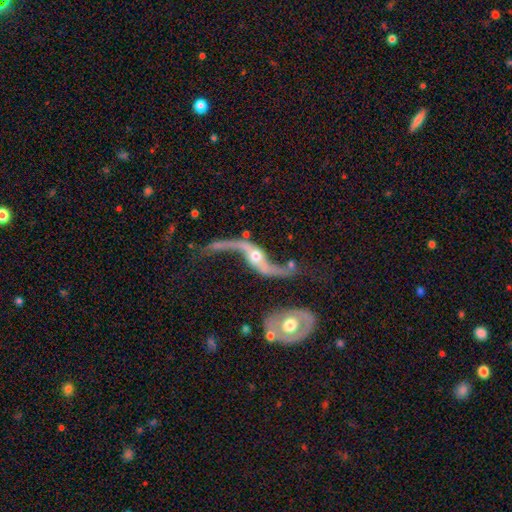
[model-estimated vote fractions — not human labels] Q: Smooth or featured?
A: featured or disk (91%); runner-up: star or artifact (5%)
Q: Edge-on disk?
A: no (88%); runner-up: yes (12%)
Q: Bar?
A: no (53%); runner-up: weak (27%)
Q: Spiral arms?
A: yes (95%); runner-up: no (5%)
Q: Spiral winding?
A: loose (95%); runner-up: medium (4%)
Q: Spiral arm count?
A: 2 (93%); runner-up: 1 (3%)
Q: Bulge size?
A: moderate (54%); runner-up: small (38%)
Q: Merging?
A: none (49%); runner-up: major disturbance (18%)